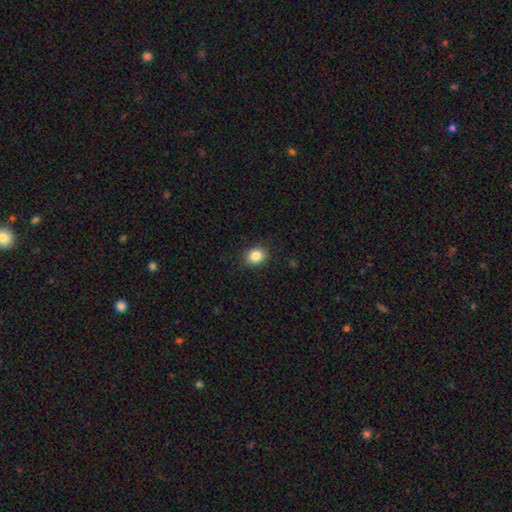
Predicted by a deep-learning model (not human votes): A smooth galaxy with no disk features (85%) that is round (62%). Merging: none (89%).